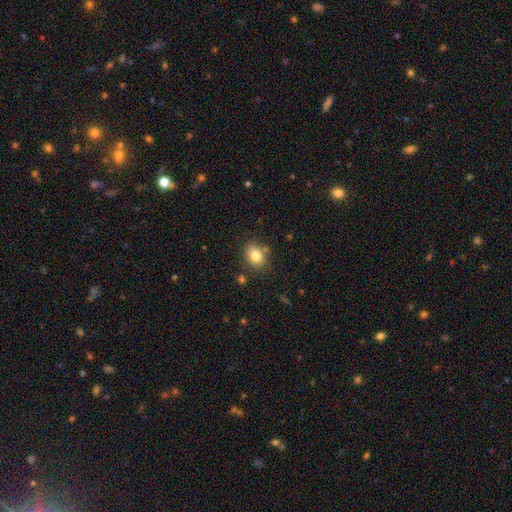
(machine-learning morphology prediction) Overall: smooth (80%). How rounded: in between (59%; round 40%). Merging: none (73%).